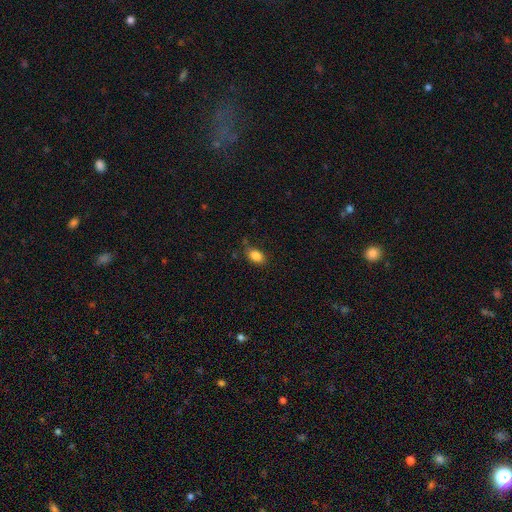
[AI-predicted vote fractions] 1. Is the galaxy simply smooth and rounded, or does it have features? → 86% smooth, 9% star or artifact, 5% featured or disk.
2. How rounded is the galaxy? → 86% in between, 12% round, 2% cigar-shaped.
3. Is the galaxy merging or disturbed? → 79% none, 16% minor disturbance, 4% major disturbance, 2% merger.